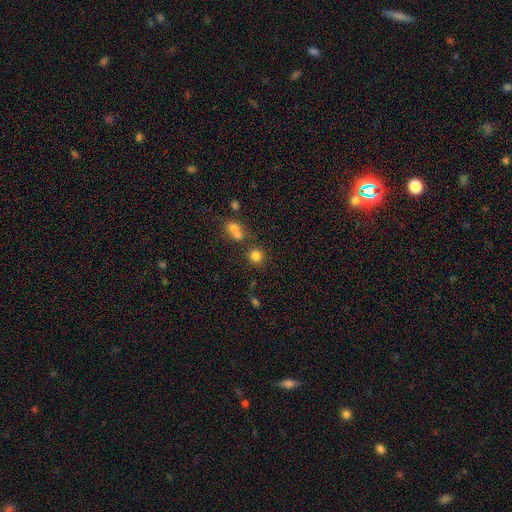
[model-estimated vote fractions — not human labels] This is likely a smooth galaxy (80%). How rounded: clearly round (89%). Merging: likely none (72%).